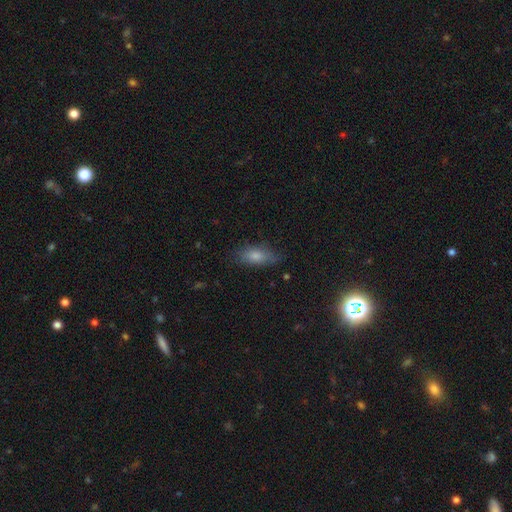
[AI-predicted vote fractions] The model was most divided on "merging": none: 70%, minor disturbance: 23%, major disturbance: 6%, merger: 2%. More confident: how rounded — in between (80%); smooth or featured — smooth (78%).